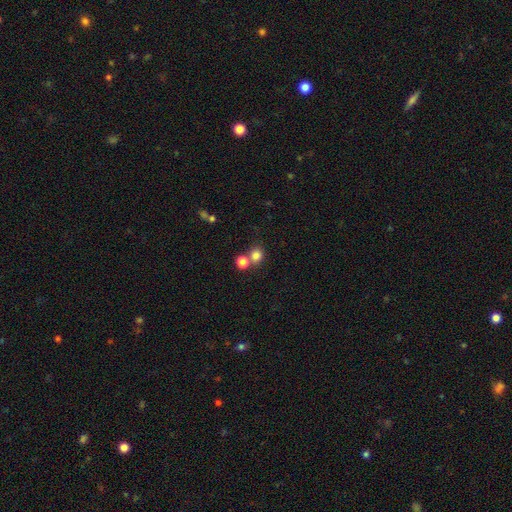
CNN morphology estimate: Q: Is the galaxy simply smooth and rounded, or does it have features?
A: smooth — 80%.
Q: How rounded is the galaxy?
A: round — 82%.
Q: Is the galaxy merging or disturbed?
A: none — 55%.